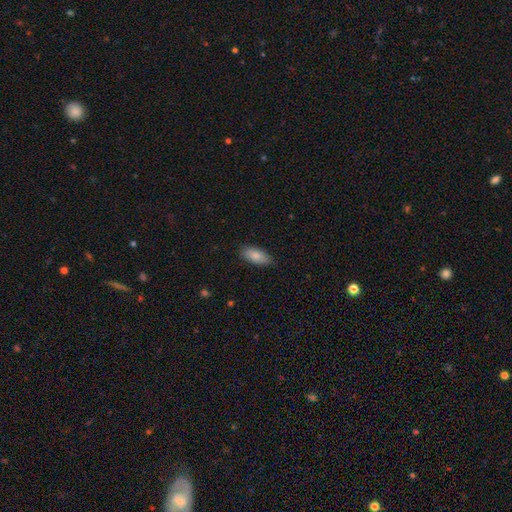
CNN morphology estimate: smooth-or-featured: smooth: 86% | featured or disk: 8% | star or artifact: 6%
  how-rounded: in between: 88% | cigar-shaped: 10% | round: 2%
  merging: none: 84% | minor disturbance: 13% | major disturbance: 2% | merger: 1%